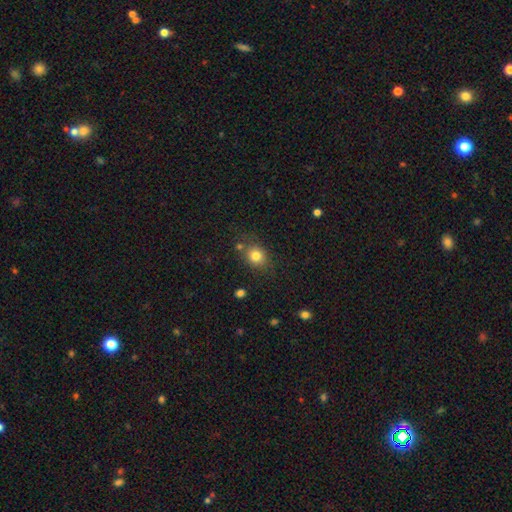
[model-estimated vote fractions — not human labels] The model was most divided on "how rounded": round: 66%, in between: 33%, cigar-shaped: 1%. More confident: smooth or featured — smooth (80%); merging — none (72%).